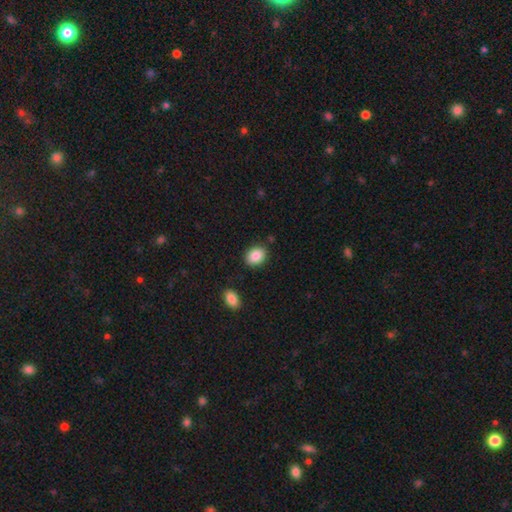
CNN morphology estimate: A smooth galaxy with no disk features (88%) that is in between round and cigar-shaped (62%).

Vote fractions:
- Smooth or featured? smooth: 88% / star or artifact: 8% / featured or disk: 5%
- How rounded? in between: 62% / round: 37% / cigar-shaped: 1%
- Merging? none: 85% / minor disturbance: 10% / merger: 3% / major disturbance: 3%